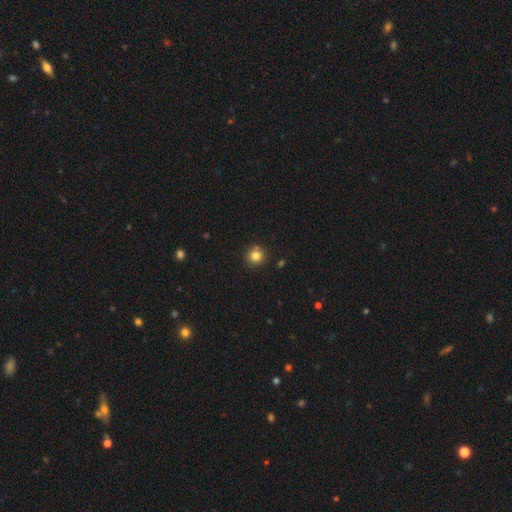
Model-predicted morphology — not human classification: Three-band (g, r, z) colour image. It shows a smooth galaxy with no disk features (82%) that is round (93%). Merging: none (84%).